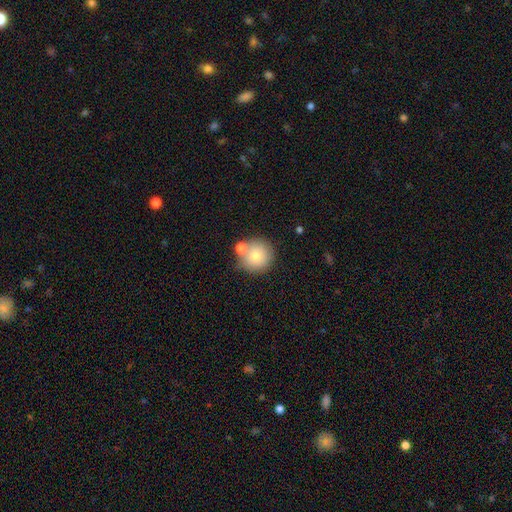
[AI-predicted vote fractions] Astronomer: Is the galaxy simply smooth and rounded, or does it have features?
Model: smooth — 74%.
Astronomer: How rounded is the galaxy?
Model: round — 93%.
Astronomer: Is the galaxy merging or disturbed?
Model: none — 64%.